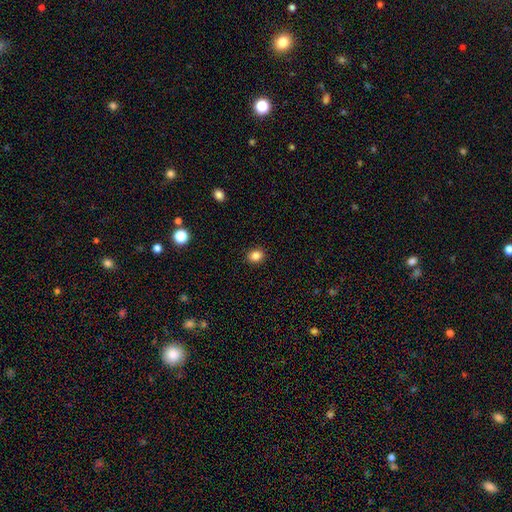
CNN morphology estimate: The model was most divided on "how rounded": round: 62%, in between: 37%, cigar-shaped: 1%. More confident: merging — none (91%); smooth or featured — smooth (85%).